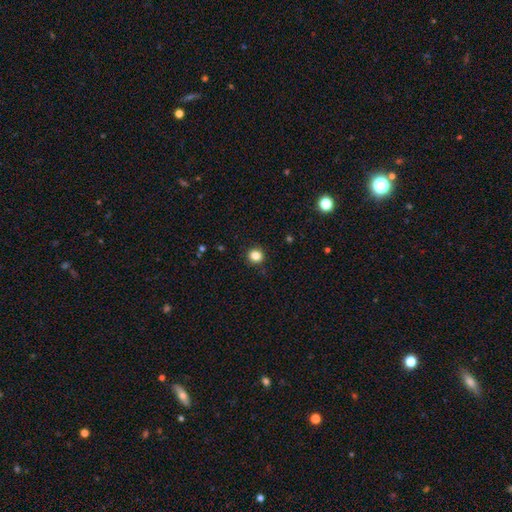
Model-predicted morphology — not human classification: smooth-or-featured: smooth: 84% | star or artifact: 12% | featured or disk: 4%
  how-rounded: round: 92% | in between: 7% | cigar-shaped: 1%
  merging: none: 91% | minor disturbance: 6% | major disturbance: 2% | merger: 1%